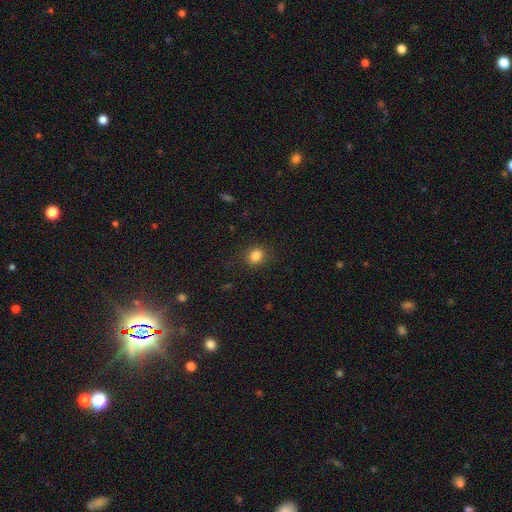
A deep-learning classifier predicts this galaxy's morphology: smooth-or-featured: smooth: 84% | star or artifact: 11% | featured or disk: 4%
  how-rounded: round: 66% | in between: 33% | cigar-shaped: 1%
  merging: none: 87% | minor disturbance: 9% | major disturbance: 3% | merger: 1%